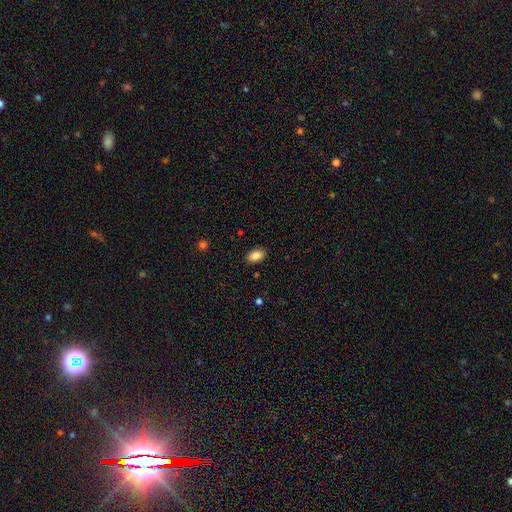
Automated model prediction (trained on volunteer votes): A smooth galaxy with no disk features (86%) that is in between round and cigar-shaped (88%).

Vote fractions:
- Smooth or featured? smooth: 86% / star or artifact: 8% / featured or disk: 6%
- How rounded? in between: 88% / round: 11% / cigar-shaped: 1%
- Merging? none: 89% / minor disturbance: 8% / major disturbance: 2% / merger: 1%